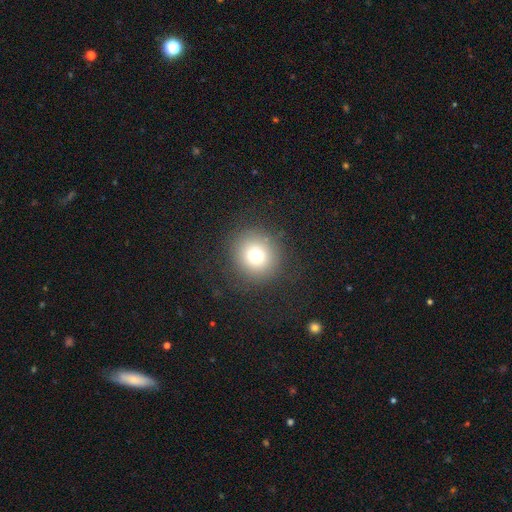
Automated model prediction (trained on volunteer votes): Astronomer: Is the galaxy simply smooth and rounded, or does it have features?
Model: smooth — 74%.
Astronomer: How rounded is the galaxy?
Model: round — 92%.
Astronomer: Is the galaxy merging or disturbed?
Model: none — 85%.